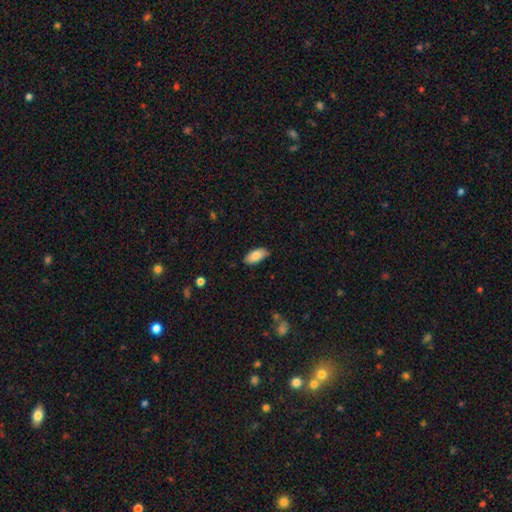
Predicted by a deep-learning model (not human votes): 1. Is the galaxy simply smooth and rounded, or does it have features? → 84% smooth, 9% featured or disk, 6% star or artifact.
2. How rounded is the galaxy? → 92% in between, 6% cigar-shaped, 2% round.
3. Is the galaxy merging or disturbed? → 83% none, 13% minor disturbance, 2% major disturbance, 1% merger.